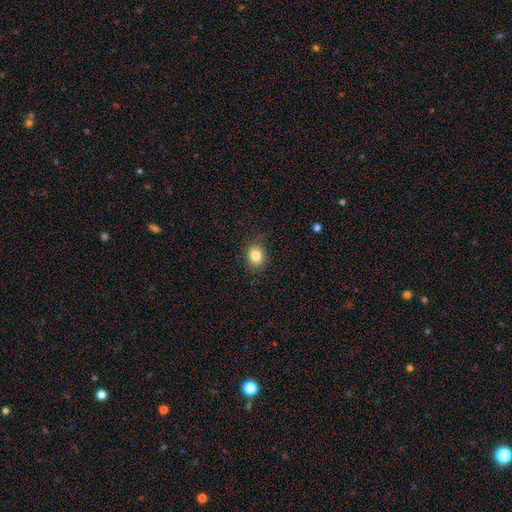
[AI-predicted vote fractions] smooth_or_featured: smooth (p=0.83) [alt: star or artifact p=0.10]
how_rounded: round (p=0.53) [alt: in between p=0.46]
merging: none (p=0.84) [alt: minor disturbance p=0.12]